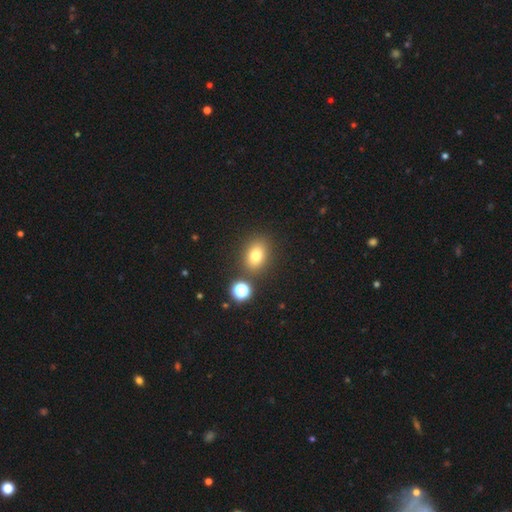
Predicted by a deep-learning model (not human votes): The model was most divided on "how rounded": in between: 64%, round: 35%, cigar-shaped: 2%. More confident: merging — none (81%); smooth or featured — smooth (78%).